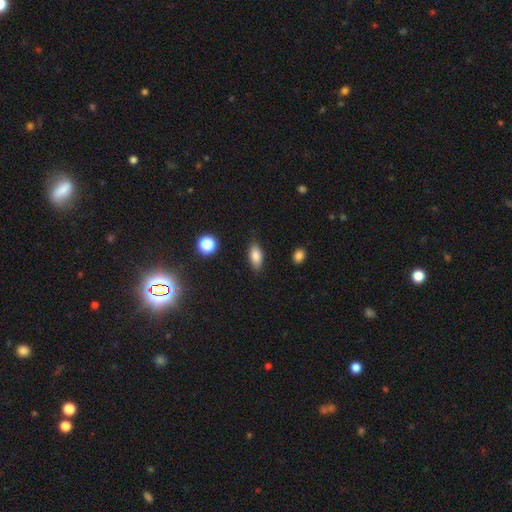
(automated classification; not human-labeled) This is clearly a smooth galaxy (84%). How rounded: clearly in between (85%). Merging: clearly none (83%).